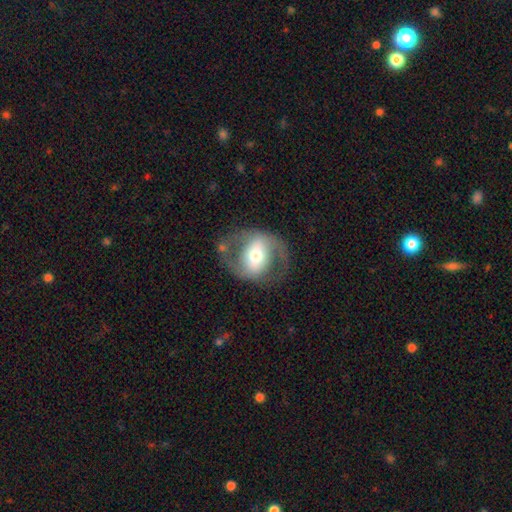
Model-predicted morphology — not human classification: Overall: featured or disk (70%). Edge-on disk: no (95%). Bar: strong (41%; weak 31%). Spiral arms: yes (61%; no 39%). Bulge size: moderate (62%). Merging: none (69%).